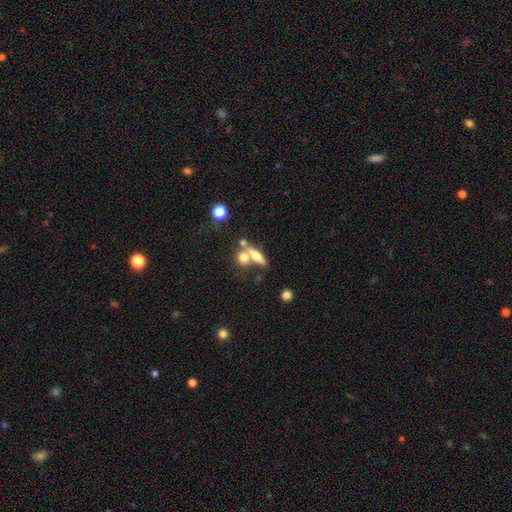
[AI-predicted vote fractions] Smooth or featured?
  - smooth: 52% *
  - featured or disk: 39%
  - star or artifact: 10%
How rounded?
  - cigar-shaped: 47% *
  - in between: 37%
  - round: 16%
Merging?
  - none: 47% *
  - merger: 38%
  - minor disturbance: 10%
  - major disturbance: 5%